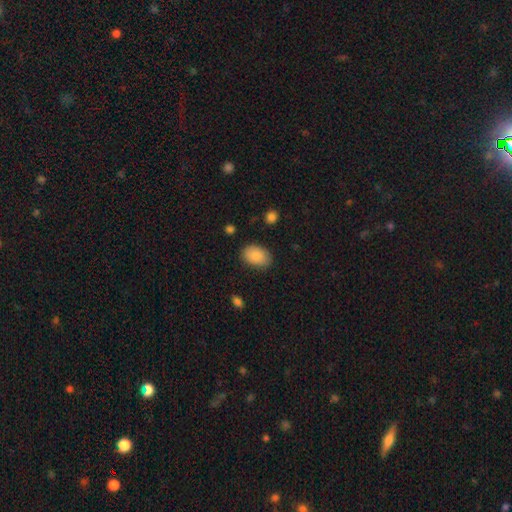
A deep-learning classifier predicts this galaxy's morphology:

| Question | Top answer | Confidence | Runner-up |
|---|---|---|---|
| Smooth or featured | smooth | 88% | star or artifact (7%) |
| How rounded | in between | 86% | round (13%) |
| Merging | none | 84% | minor disturbance (12%) |